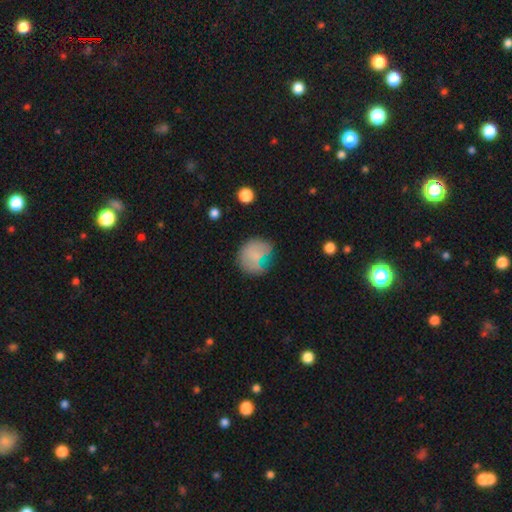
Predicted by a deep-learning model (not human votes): smooth-or-featured: smooth: 73% | featured or disk: 17% | star or artifact: 10%
  how-rounded: round: 78% | in between: 21% | cigar-shaped: 1%
  merging: none: 54% | minor disturbance: 26% | major disturbance: 14% | merger: 5%